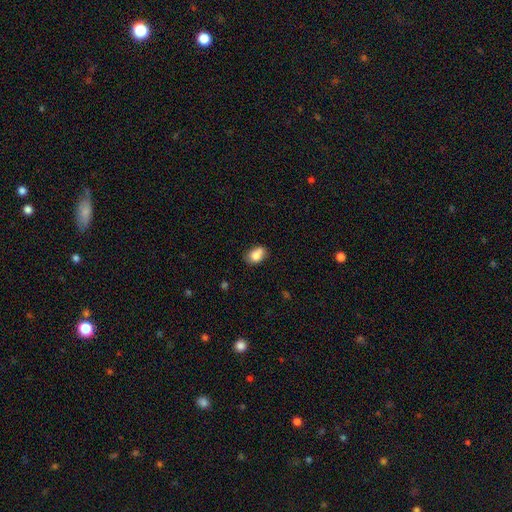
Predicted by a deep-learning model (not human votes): smooth-or-featured: smooth: 78% | featured or disk: 13% | star or artifact: 9%
  how-rounded: in between: 70% | round: 29% | cigar-shaped: 1%
  merging: none: 48% | minor disturbance: 24% | merger: 21% | major disturbance: 7%